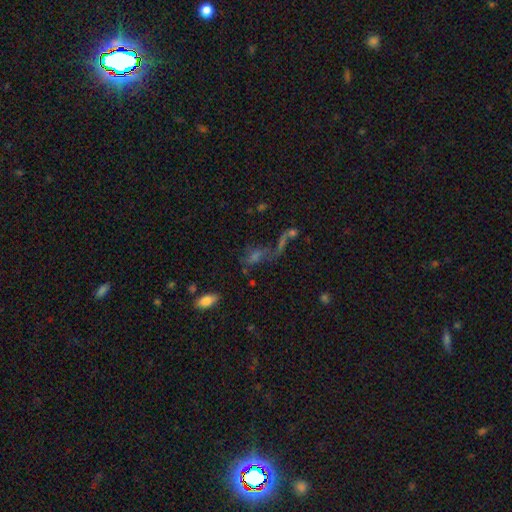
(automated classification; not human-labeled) A smooth galaxy with no disk features (37%). Merging: none (35%).